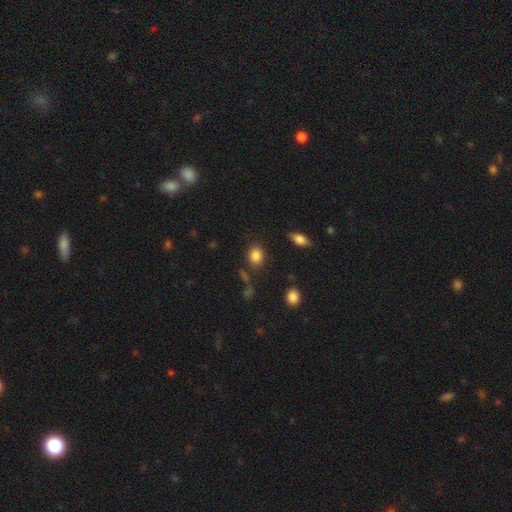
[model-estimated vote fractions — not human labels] Smooth or featured: smooth — 85% (star or artifact — 9%)
How rounded: in between — 49% (tied with round — 49%)
Merging: none — 80% (minor disturbance — 12%)